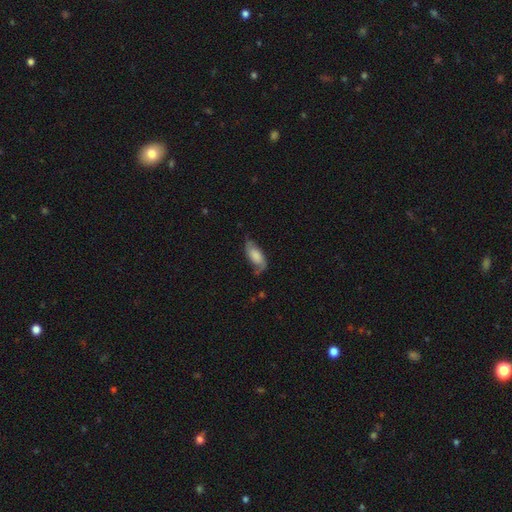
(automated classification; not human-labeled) smooth-or-featured: smooth: 48% | featured or disk: 44% | star or artifact: 7%
  merging: none: 62% | minor disturbance: 26% | major disturbance: 10% | merger: 2%